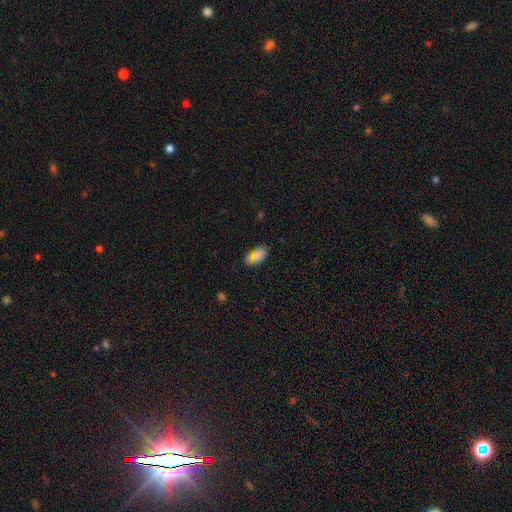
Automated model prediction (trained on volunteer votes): Smooth or featured? smooth (73%)
How rounded? in between (91%)
Merging? none (77%)